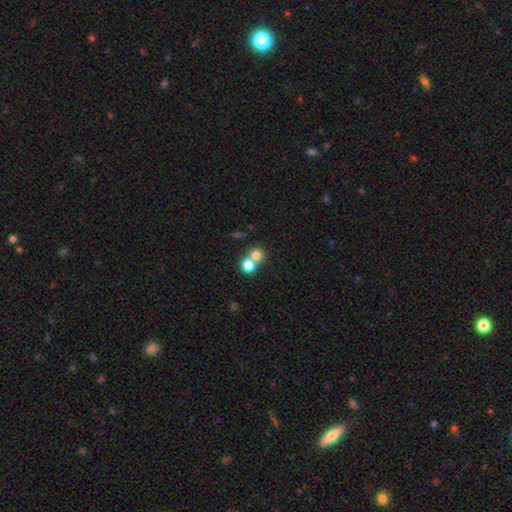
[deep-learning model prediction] smooth 76%, star or artifact 13%, featured or disk 11%. Down the decision tree: how rounded — round (84%); merging — merger (49%).